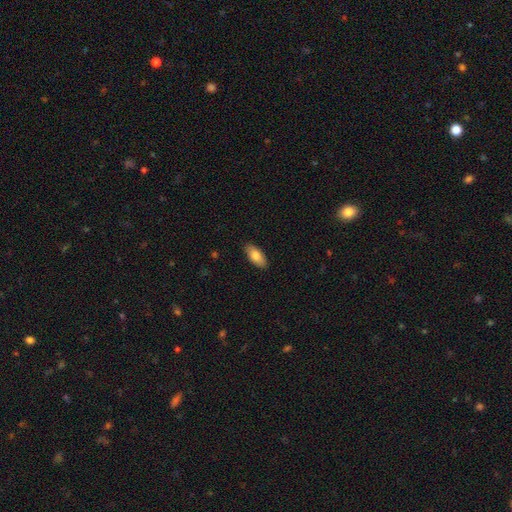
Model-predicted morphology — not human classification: A smooth galaxy with no disk features (83%) that is in between round and cigar-shaped (88%).

Vote fractions:
- Smooth or featured? smooth: 83% / featured or disk: 11% / star or artifact: 6%
- How rounded? in between: 88% / cigar-shaped: 10% / round: 2%
- Merging? none: 88% / minor disturbance: 9% / major disturbance: 2% / merger: 1%